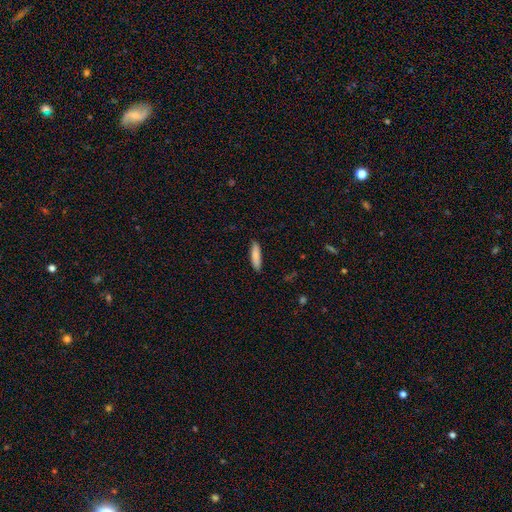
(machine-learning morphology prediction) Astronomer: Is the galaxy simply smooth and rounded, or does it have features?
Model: smooth — 86%.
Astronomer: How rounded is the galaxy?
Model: cigar-shaped — 73%.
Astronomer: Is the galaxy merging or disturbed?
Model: none — 88%.